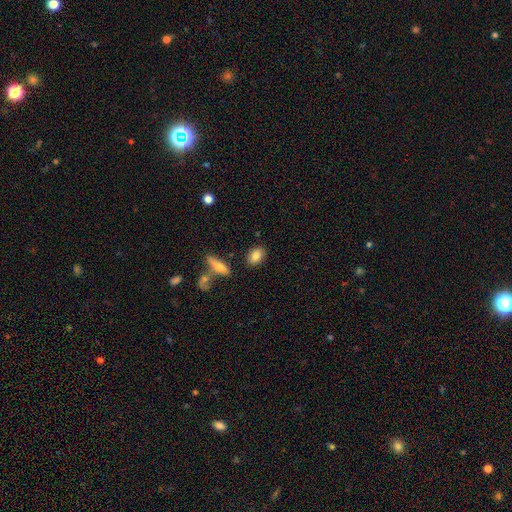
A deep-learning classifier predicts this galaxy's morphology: type=smooth (84%); roundness=in between (75%); merging=none (83%).